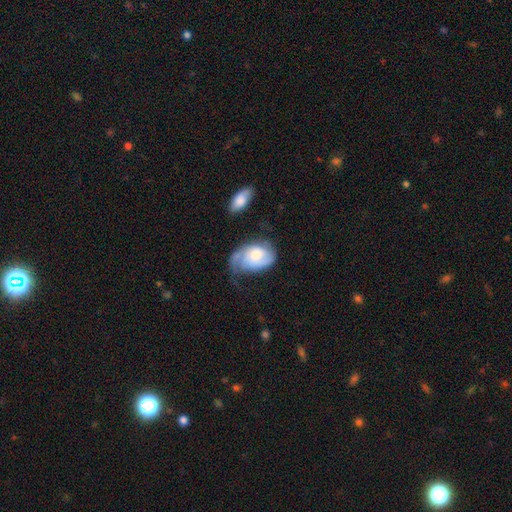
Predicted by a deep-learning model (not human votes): Morphology: type=featured or disk (58%); edge-on=no (96%); bar=no (72%); spiral arms=yes (82%); bulge=moderate (53%); merging=none (32%, tied with minor disturbance).